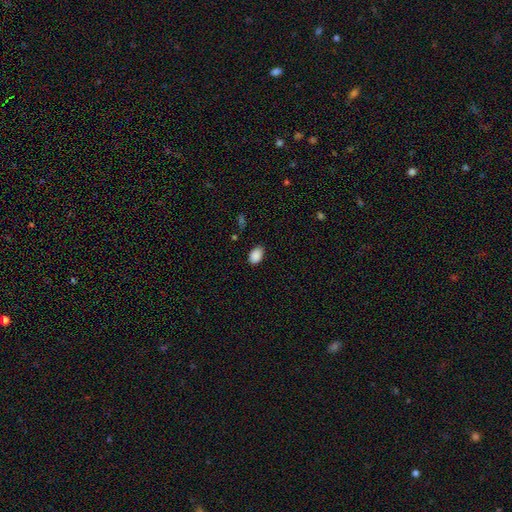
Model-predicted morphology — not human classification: smooth-or-featured: smooth: 89% | star or artifact: 8% | featured or disk: 3%
  how-rounded: in between: 88% | round: 11% | cigar-shaped: 1%
  merging: none: 82% | minor disturbance: 14% | major disturbance: 3% | merger: 1%